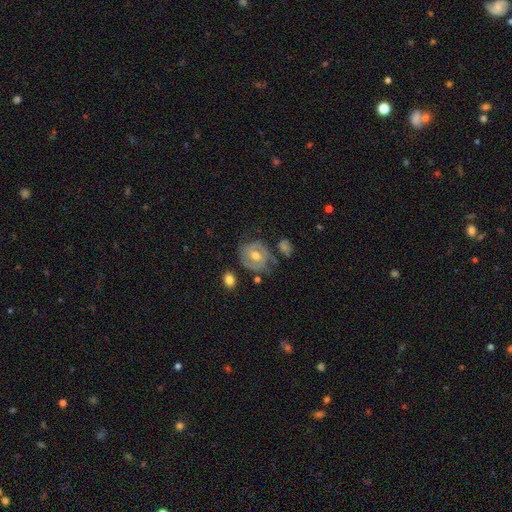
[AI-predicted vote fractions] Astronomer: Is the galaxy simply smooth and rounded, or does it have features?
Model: featured or disk — 69%.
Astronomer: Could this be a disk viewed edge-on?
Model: no — 97%.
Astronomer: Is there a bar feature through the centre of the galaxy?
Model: no — 50% (runner-up: weak, 38%).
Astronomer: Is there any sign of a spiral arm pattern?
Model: yes — 79%.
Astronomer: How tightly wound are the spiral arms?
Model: tight — 56% (runner-up: medium, 34%).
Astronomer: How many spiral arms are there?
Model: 2 — 59%.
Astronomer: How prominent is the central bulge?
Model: moderate — 71%.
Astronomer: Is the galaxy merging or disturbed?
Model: none — 65%.